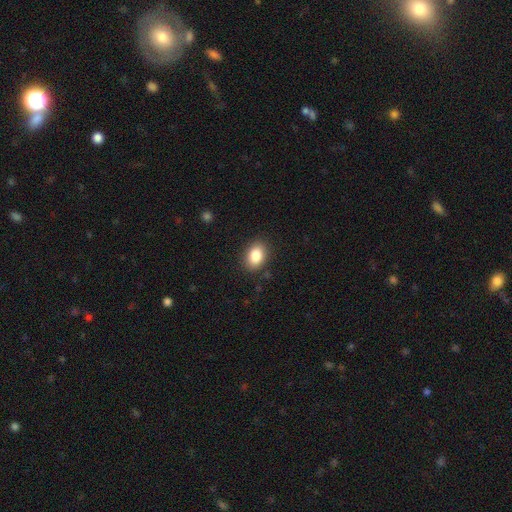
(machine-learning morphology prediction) Smooth or featured? smooth (85%)
How rounded? in between (76%)
Merging? none (87%)